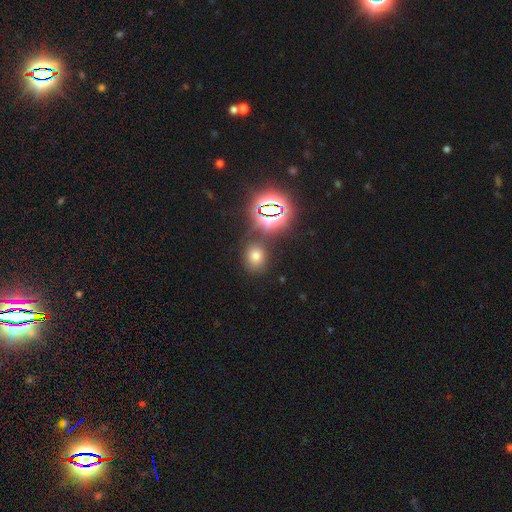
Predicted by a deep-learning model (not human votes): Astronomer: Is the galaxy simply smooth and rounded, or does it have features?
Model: smooth — 61%.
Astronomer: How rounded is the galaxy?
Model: round — 50% (runner-up: in between, 49%).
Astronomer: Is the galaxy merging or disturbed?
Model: none — 76%.